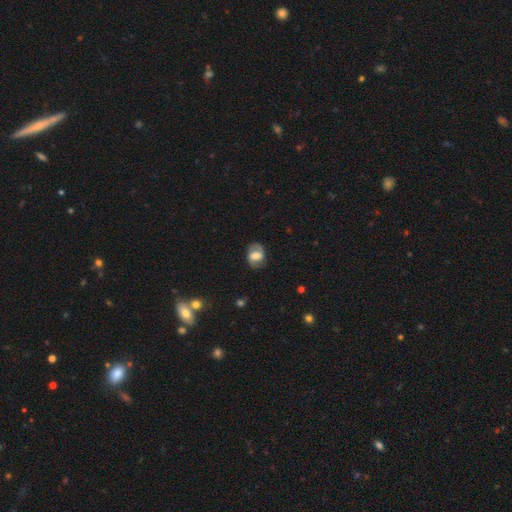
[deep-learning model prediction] Smooth or featured? smooth (47%)
Merging? none (76%)